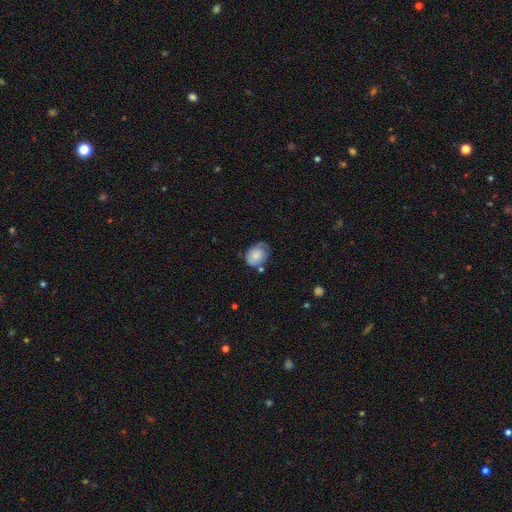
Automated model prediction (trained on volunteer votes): Smooth or featured: smooth — 70% (featured or disk — 22%)
How rounded: in between — 60% (round — 39%)
Merging: none — 46% (minor disturbance — 35%)